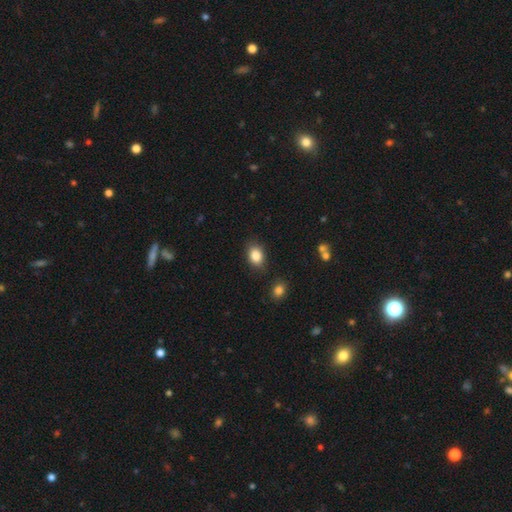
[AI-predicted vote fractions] smooth_or_featured: smooth (p=0.85) [alt: star or artifact p=0.09]
how_rounded: in between (p=0.75) [alt: round p=0.23]
merging: none (p=0.83) [alt: minor disturbance p=0.12]